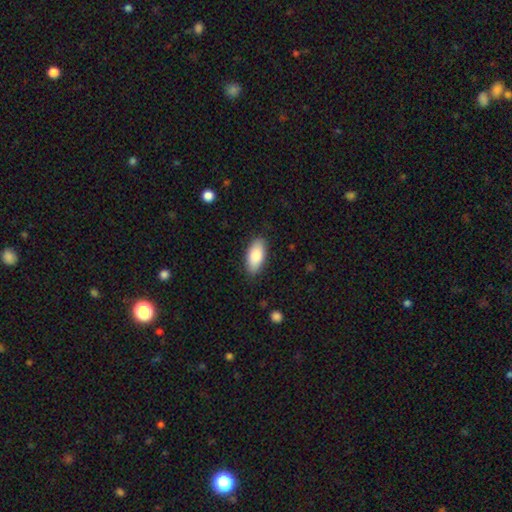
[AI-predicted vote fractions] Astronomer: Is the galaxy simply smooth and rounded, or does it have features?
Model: smooth — 86%.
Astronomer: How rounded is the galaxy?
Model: in between — 90%.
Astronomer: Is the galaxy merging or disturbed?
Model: none — 85%.